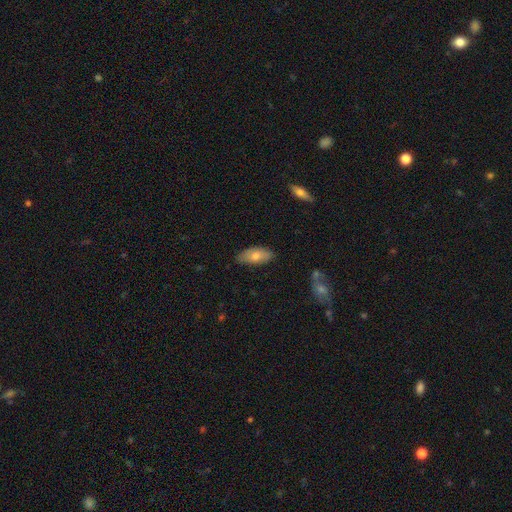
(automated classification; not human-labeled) smooth 66%, featured or disk 27%, star or artifact 7%. Down the decision tree: how rounded — in between (86%); merging — none (79%).